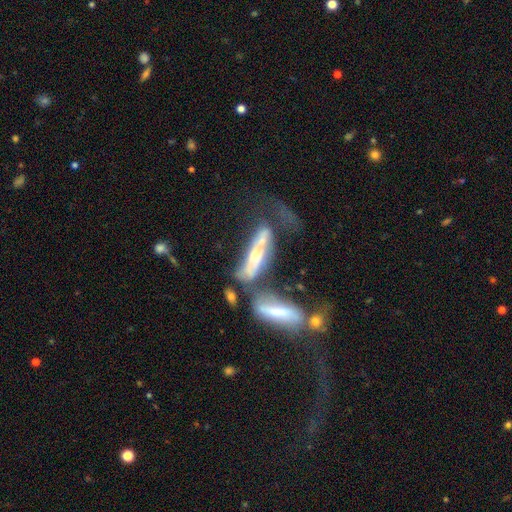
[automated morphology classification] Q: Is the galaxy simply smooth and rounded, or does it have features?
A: featured or disk — 53%.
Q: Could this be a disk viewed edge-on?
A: no — 56%.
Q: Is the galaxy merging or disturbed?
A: merger — 52%.